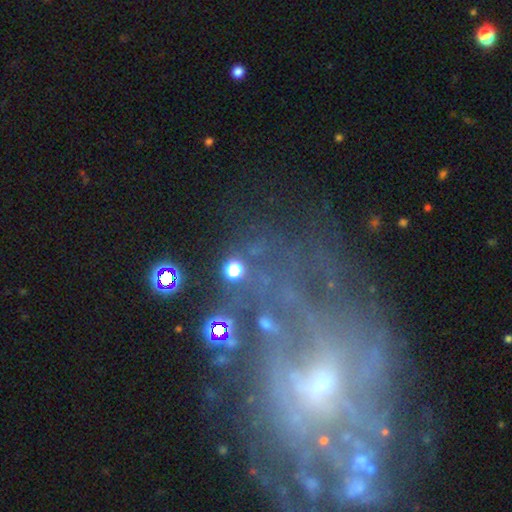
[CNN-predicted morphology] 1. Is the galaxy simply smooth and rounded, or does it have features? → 49% featured or disk, 30% star or artifact, 21% smooth.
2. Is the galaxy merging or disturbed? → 53% none, 22% major disturbance, 15% minor disturbance, 10% merger.